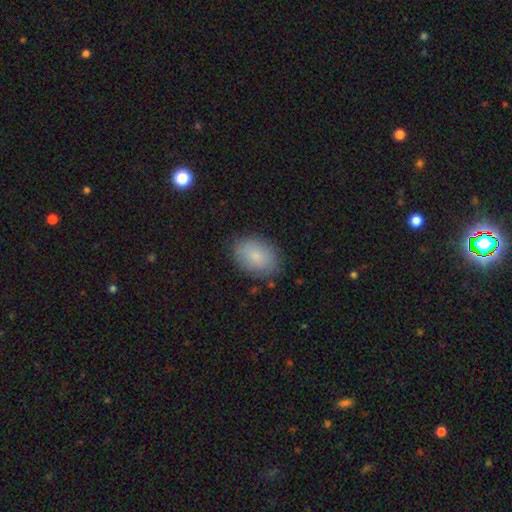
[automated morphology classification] This appears to be a smooth galaxy with no disk features (84%) that is in between round and cigar-shaped (83%). Merging: none (83%).